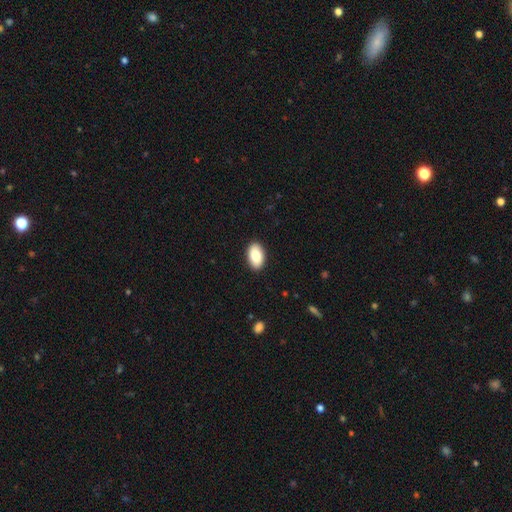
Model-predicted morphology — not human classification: Overall: smooth (83%). How rounded: in between (93%). Merging: none (90%).